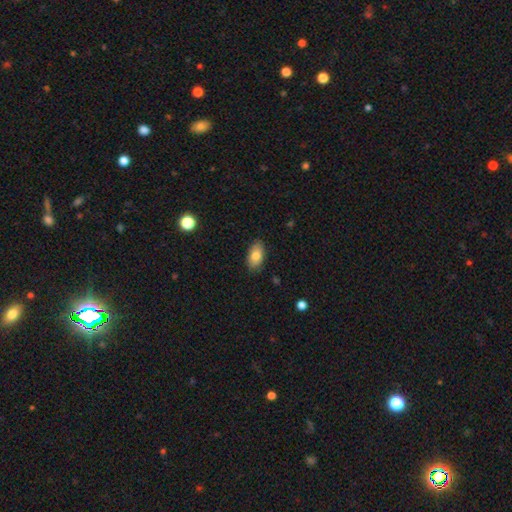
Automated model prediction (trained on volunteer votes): Smooth or featured? Predicted: smooth (p=0.80). How rounded? Predicted: in between (p=0.92). Merging? Predicted: none (p=0.85).